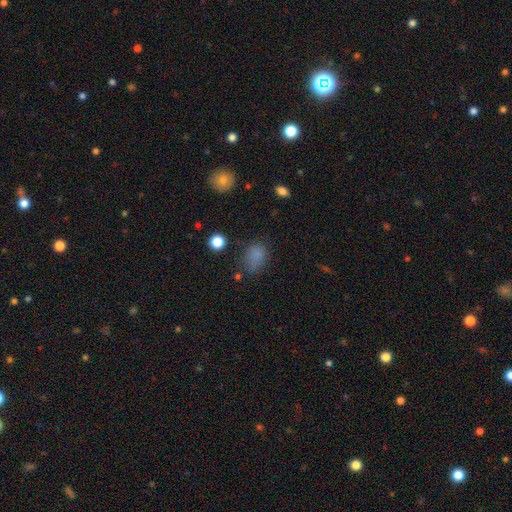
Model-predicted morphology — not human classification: smooth_or_featured: smooth (p=0.77) [alt: star or artifact p=0.16]
how_rounded: in between (p=0.70) [alt: round p=0.28]
merging: none (p=0.59) [alt: minor disturbance p=0.26]